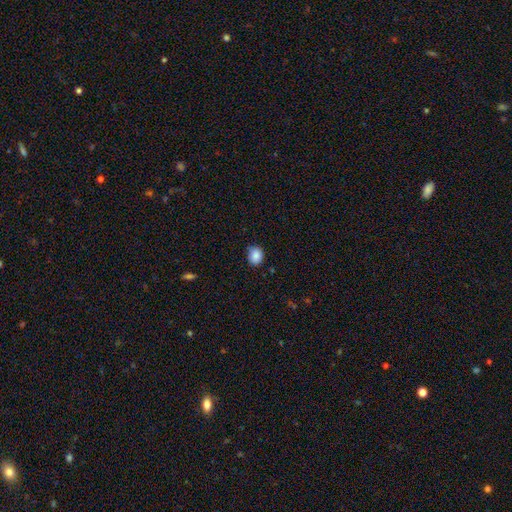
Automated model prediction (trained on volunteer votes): Smooth or featured?
  - smooth: 87% *
  - star or artifact: 9%
  - featured or disk: 4%
How rounded?
  - round: 69% *
  - in between: 30%
  - cigar-shaped: 1%
Merging?
  - none: 78% *
  - minor disturbance: 18%
  - major disturbance: 3%
  - merger: 1%